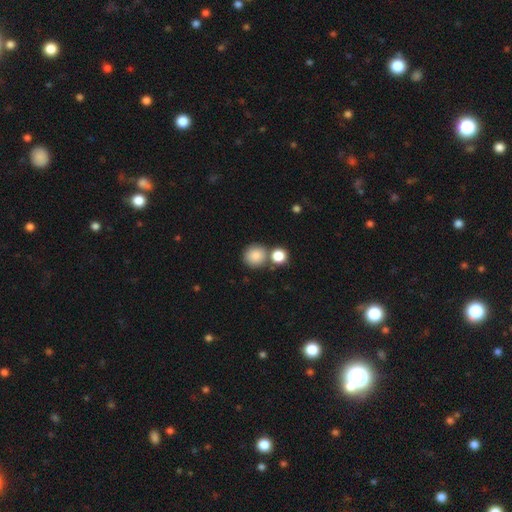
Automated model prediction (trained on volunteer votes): Smooth or featured? Predicted: smooth (p=0.85). How rounded? Predicted: round (p=0.89). Merging? Predicted: none (p=0.64).